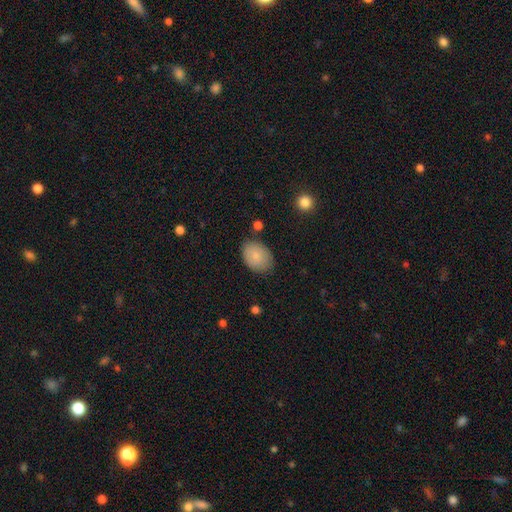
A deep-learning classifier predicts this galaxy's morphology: This appears to be a smooth galaxy with no disk features (82%) that is in between round and cigar-shaped (79%). Merging: none (78%).